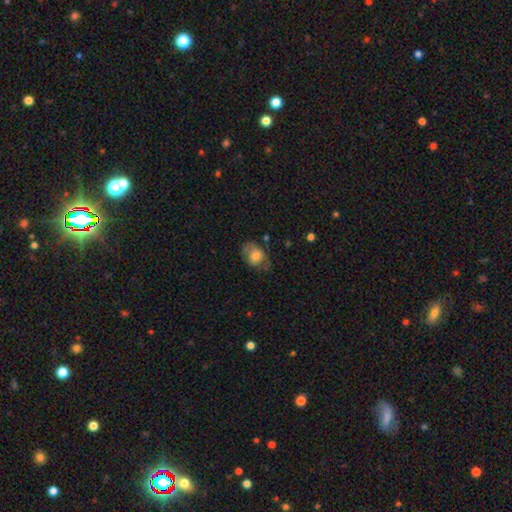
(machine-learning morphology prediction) Smooth or featured: smooth — 68% (featured or disk — 24%)
How rounded: in between — 70% (round — 29%)
Merging: none — 56% (minor disturbance — 27%)